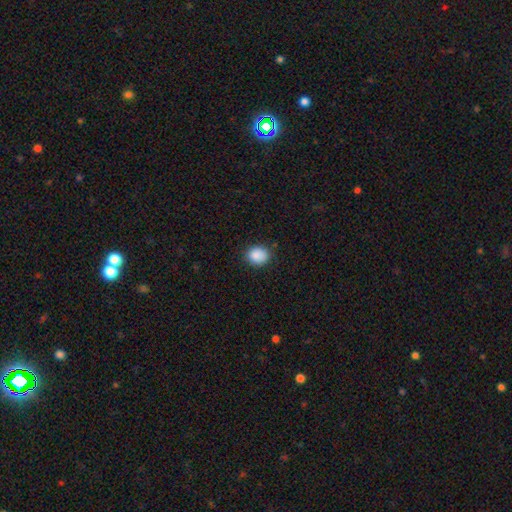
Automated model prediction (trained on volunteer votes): Smooth or featured? Predicted: smooth (p=0.88). How rounded? Predicted: round (p=0.61). Merging? Predicted: none (p=0.84).